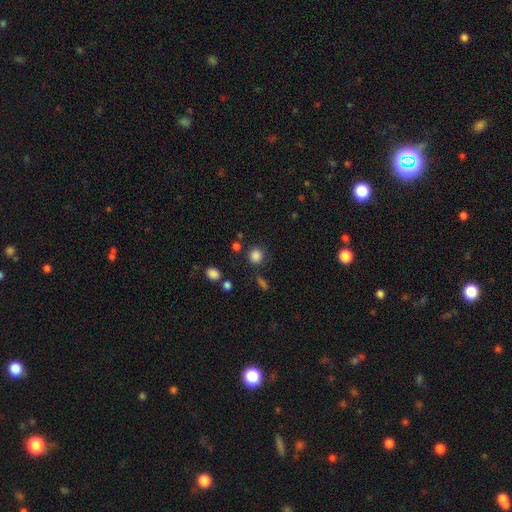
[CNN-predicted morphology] smooth 84%, star or artifact 12%, featured or disk 4%. Down the decision tree: how rounded — round (87%); merging — none (81%).